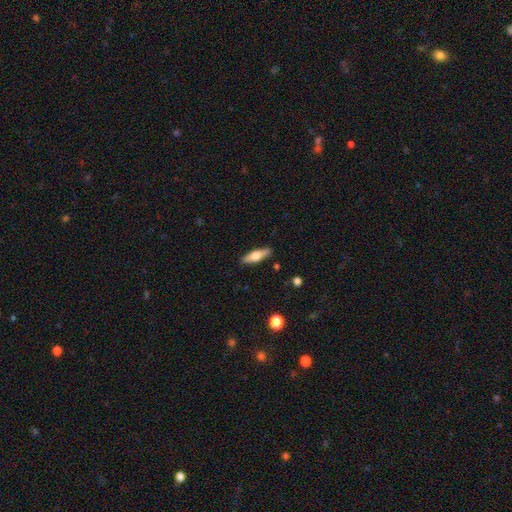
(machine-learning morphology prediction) Smooth or featured: smooth — 53% (featured or disk — 41%)
How rounded: cigar-shaped — 56% (in between — 41%)
Merging: none — 87% (minor disturbance — 9%)